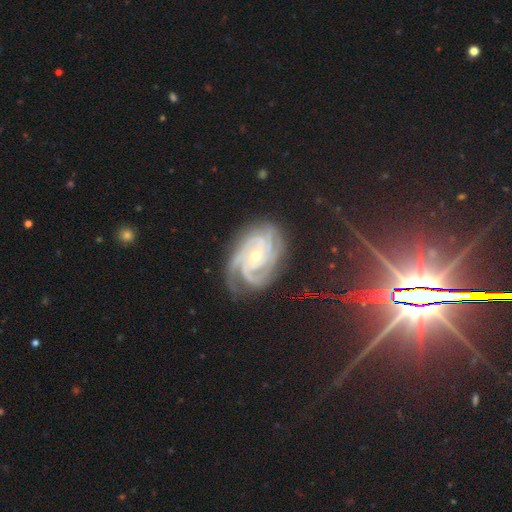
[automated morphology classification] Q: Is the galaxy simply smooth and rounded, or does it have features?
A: featured or disk — 90%.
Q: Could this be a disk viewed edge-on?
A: no — 97%.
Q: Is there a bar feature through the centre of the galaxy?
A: no — 61%.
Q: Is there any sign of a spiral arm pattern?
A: yes — 99%.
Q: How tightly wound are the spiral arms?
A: tight — 75%.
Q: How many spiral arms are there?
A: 3 — 37%.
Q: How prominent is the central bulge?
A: small — 52%.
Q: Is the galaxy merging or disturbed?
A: none — 74%.